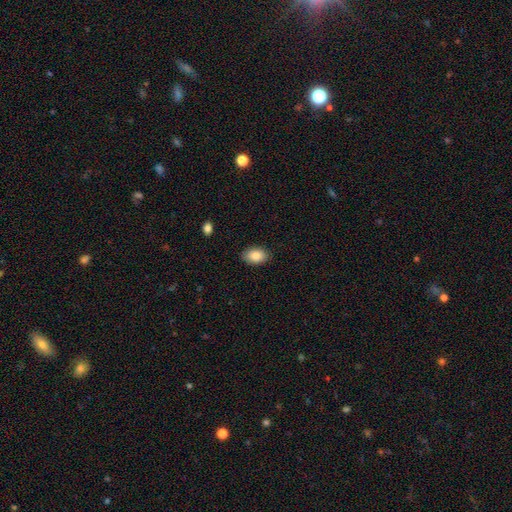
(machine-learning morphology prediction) A smooth galaxy with no disk features (87%) that is in between round and cigar-shaped (89%).

Vote fractions:
- Smooth or featured? smooth: 87% / star or artifact: 7% / featured or disk: 6%
- How rounded? in between: 89% / round: 10% / cigar-shaped: 1%
- Merging? none: 86% / minor disturbance: 10% / major disturbance: 2% / merger: 1%